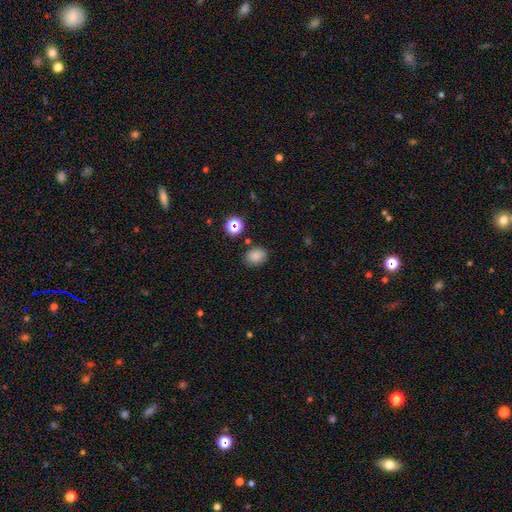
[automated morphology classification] This is clearly a smooth galaxy (81%). How rounded: possibly in between (58%). Merging: clearly none (81%).